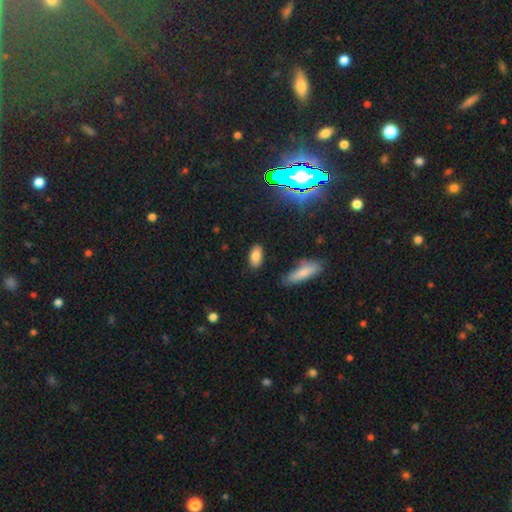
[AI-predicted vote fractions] This appears to be a smooth galaxy with no disk features (81%) that is in between round and cigar-shaped (90%). Merging: none (84%).